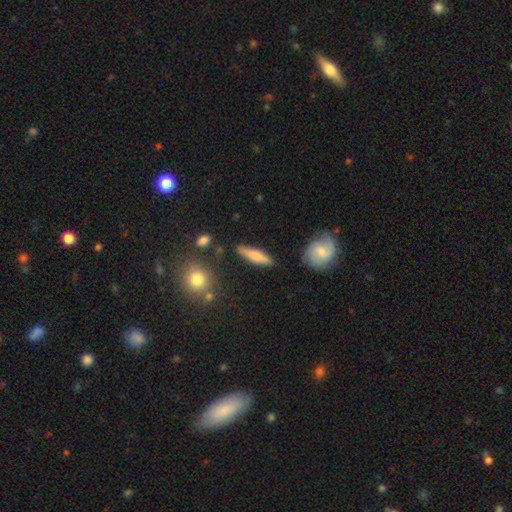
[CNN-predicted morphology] Overall: smooth (64%; featured or disk 30%). How rounded: cigar-shaped (78%). Merging: none (84%).